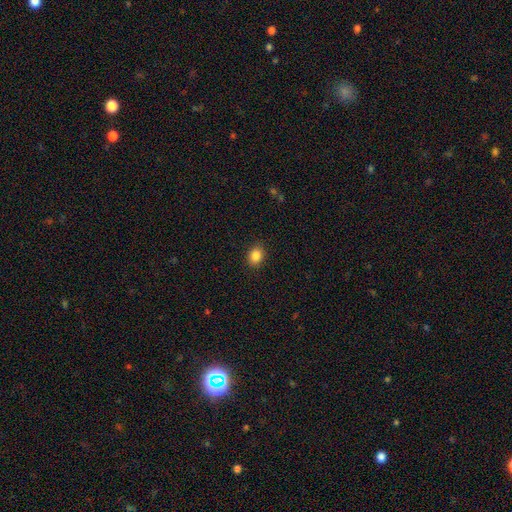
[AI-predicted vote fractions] Smooth or featured: smooth — 86% (star or artifact — 10%)
How rounded: in between — 51% (round — 48%)
Merging: none — 89% (minor disturbance — 8%)